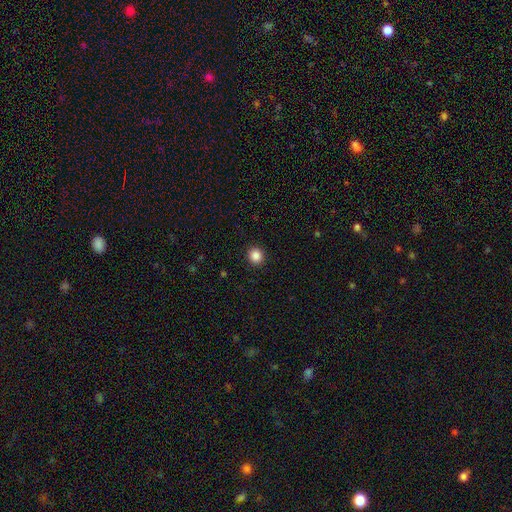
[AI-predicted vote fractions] Overall: smooth (86%). How rounded: round (86%). Merging: none (92%).